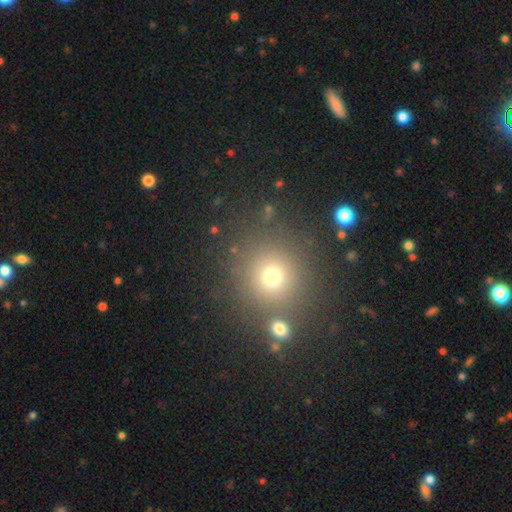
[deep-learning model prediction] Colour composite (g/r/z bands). It shows a smooth galaxy with no disk features (55%) that is round (92%). Merging: none (84%).